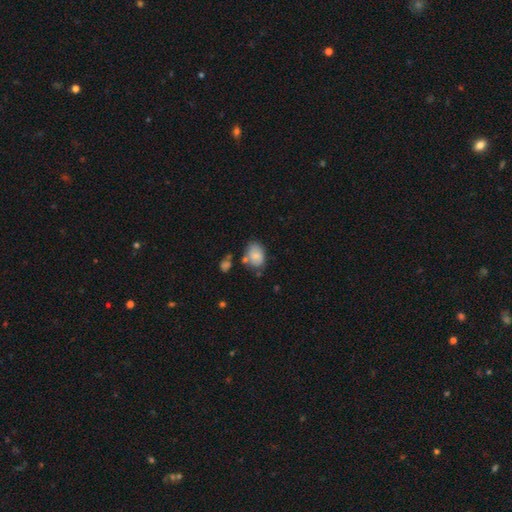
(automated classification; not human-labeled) smooth-or-featured: smooth: 79% | featured or disk: 14% | star or artifact: 8%
  how-rounded: in between: 77% | round: 22% | cigar-shaped: 1%
  merging: none: 59% | minor disturbance: 24% | merger: 11% | major disturbance: 6%